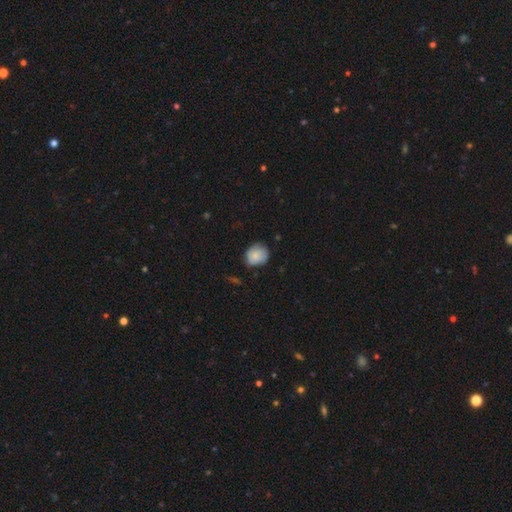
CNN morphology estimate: A smooth galaxy with no disk features (77%) that is round (71%).

Vote fractions:
- Smooth or featured? smooth: 77% / featured or disk: 16% / star or artifact: 7%
- How rounded? round: 71% / in between: 28% / cigar-shaped: 1%
- Merging? none: 64% / minor disturbance: 30% / major disturbance: 5% / merger: 2%